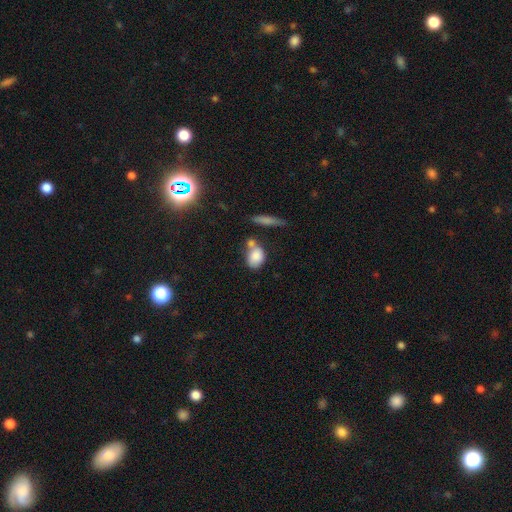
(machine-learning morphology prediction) This appears to be a smooth galaxy with no disk features (82%) that is in between round and cigar-shaped (66%). Merging: none (44%).